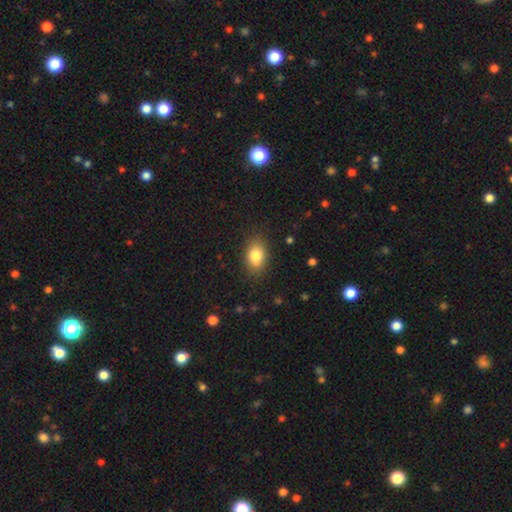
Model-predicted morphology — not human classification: Smooth or featured? Predicted: smooth (p=0.82). How rounded? Predicted: in between (p=0.83). Merging? Predicted: none (p=0.83).